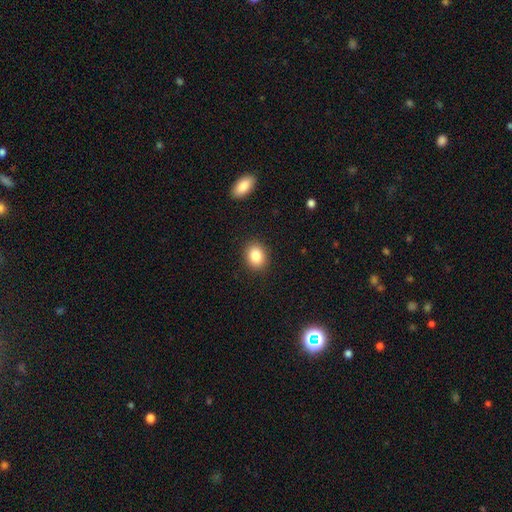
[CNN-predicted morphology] Q: Smooth or featured?
A: smooth (85%); runner-up: star or artifact (9%)
Q: How rounded?
A: in between (52%); runner-up: round (47%)
Q: Merging?
A: none (89%); runner-up: minor disturbance (7%)